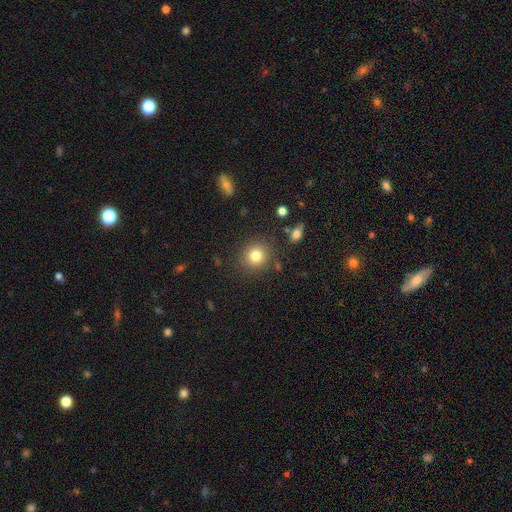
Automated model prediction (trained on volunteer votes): The model was most divided on "smooth or featured": smooth: 81%, star or artifact: 12%, featured or disk: 8%. More confident: how rounded — round (88%); merging — none (86%).